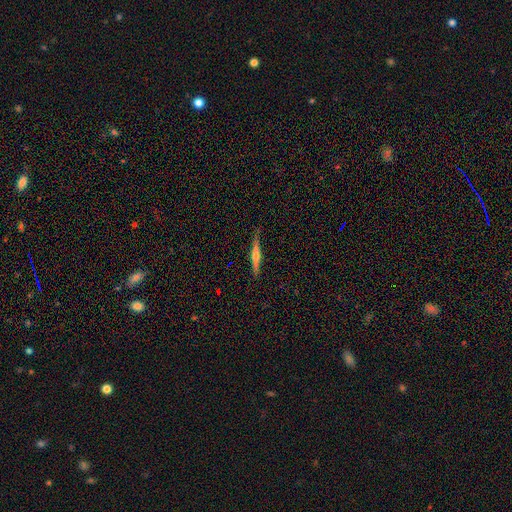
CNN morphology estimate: This is possibly a featured or disk galaxy (57%). It is clearly viewed edge-on (97%). Edge-on bulge: likely rounded (68%). Merging: clearly none (85%).